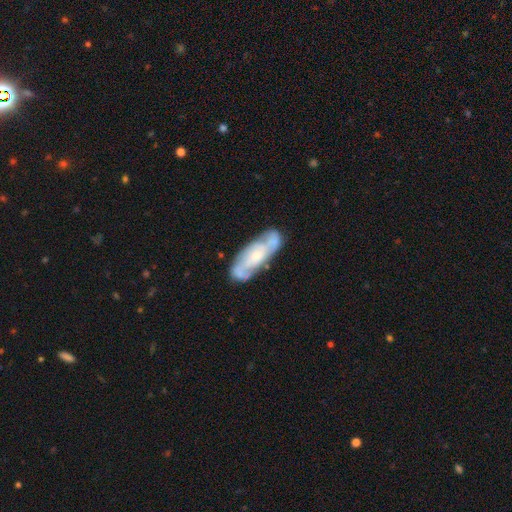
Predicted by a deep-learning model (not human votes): Morphology: type=featured or disk (73%); edge-on=no (87%); bar=no (63%); spiral arms=yes (86%); winding=tight (43%); arm count=2 (53%); bulge=small (53%); merging=none (72%).